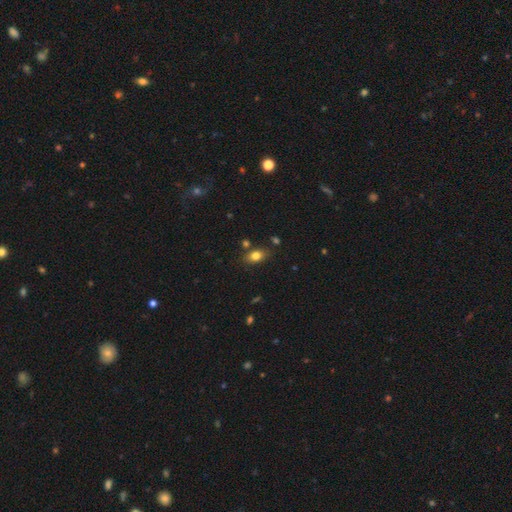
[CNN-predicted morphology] Overall: smooth (79%). How rounded: in between (79%). Merging: none (78%).